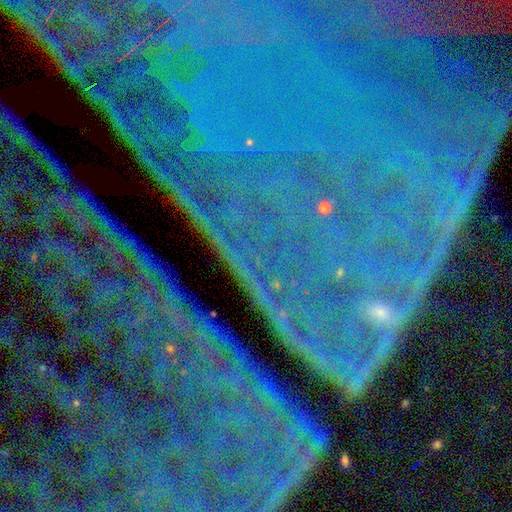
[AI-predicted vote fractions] Smooth or featured? star or artifact (85%)